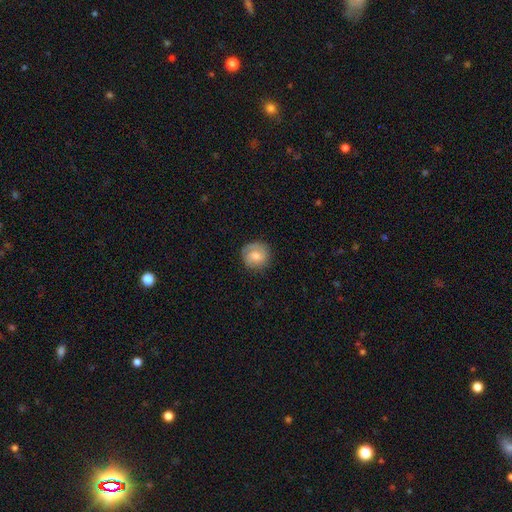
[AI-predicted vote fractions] smooth_or_featured: smooth (p=0.51) [alt: featured or disk p=0.41]
how_rounded: round (p=0.88) [alt: in between p=0.11]
merging: none (p=0.80) [alt: minor disturbance p=0.14]